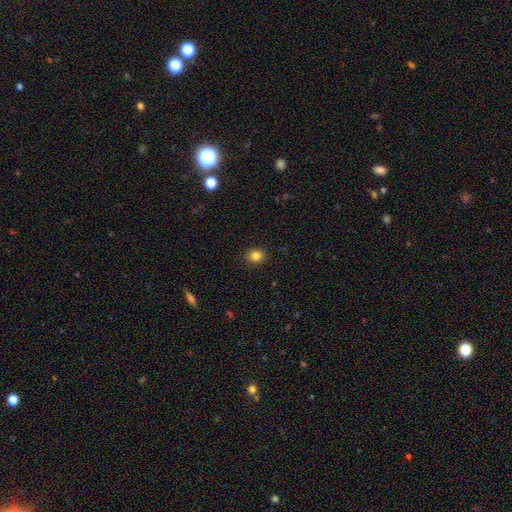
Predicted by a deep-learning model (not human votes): A smooth galaxy with no disk features (84%) that is round (76%). Merging: none (91%).